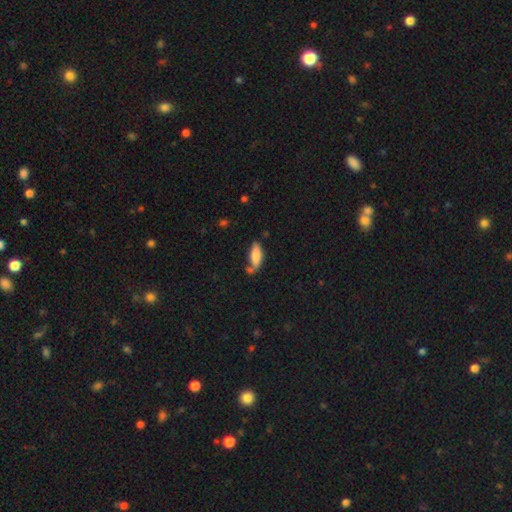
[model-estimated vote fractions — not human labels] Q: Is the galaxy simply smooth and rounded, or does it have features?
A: smooth — 81%.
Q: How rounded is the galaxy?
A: in between — 71%.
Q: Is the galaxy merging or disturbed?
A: none — 53%.